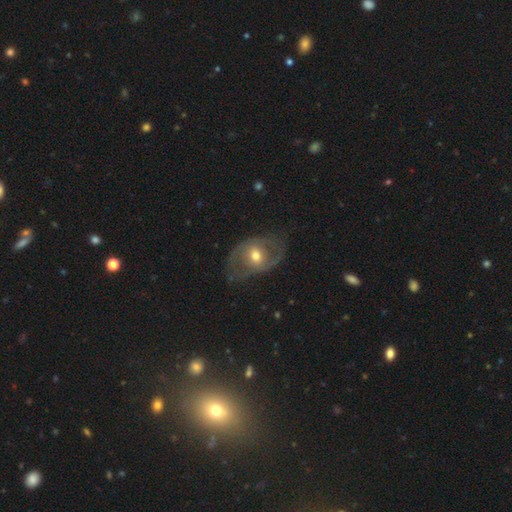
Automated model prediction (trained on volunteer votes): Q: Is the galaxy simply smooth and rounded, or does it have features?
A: featured or disk — 68%.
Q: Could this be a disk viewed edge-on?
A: no — 94%.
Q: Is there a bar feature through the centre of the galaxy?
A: no — 56%.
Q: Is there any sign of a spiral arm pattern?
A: yes — 71%.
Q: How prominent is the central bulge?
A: moderate — 71%.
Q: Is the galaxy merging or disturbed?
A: none — 66%.